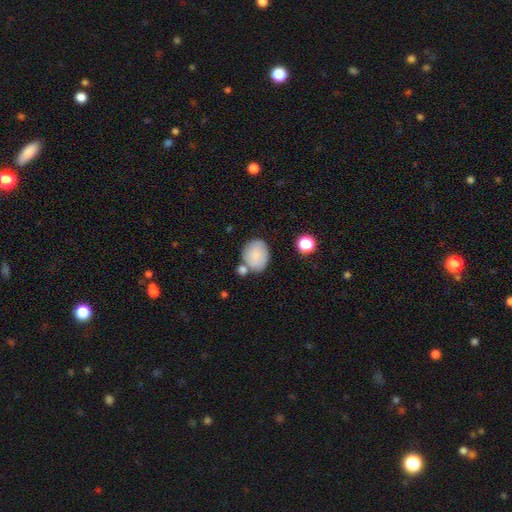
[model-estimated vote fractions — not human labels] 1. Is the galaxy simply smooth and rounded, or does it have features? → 83% smooth, 9% featured or disk, 8% star or artifact.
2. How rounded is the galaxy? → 51% in between, 48% round, 1% cigar-shaped.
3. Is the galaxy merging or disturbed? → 60% none, 18% minor disturbance, 16% merger, 5% major disturbance.